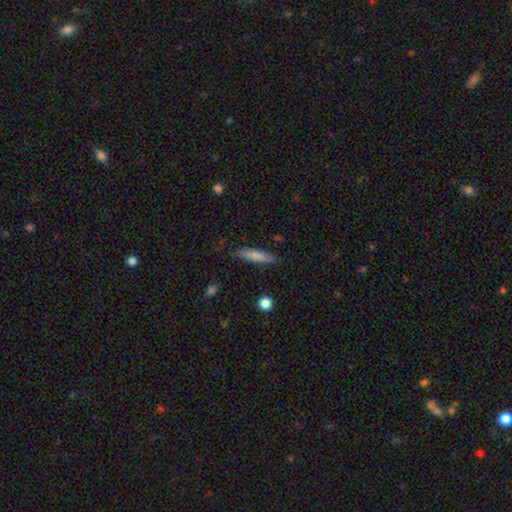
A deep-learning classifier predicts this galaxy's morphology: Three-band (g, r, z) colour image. It shows a smooth galaxy with no disk features (75%) that is cigar-shaped (85%). Merging: none (83%).